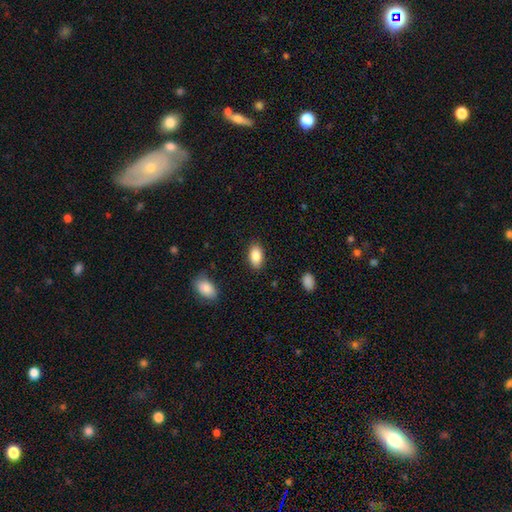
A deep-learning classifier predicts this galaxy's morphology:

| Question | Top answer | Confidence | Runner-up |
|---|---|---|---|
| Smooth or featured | smooth | 87% | star or artifact (7%) |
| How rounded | in between | 92% | round (5%) |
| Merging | none | 86% | minor disturbance (10%) |